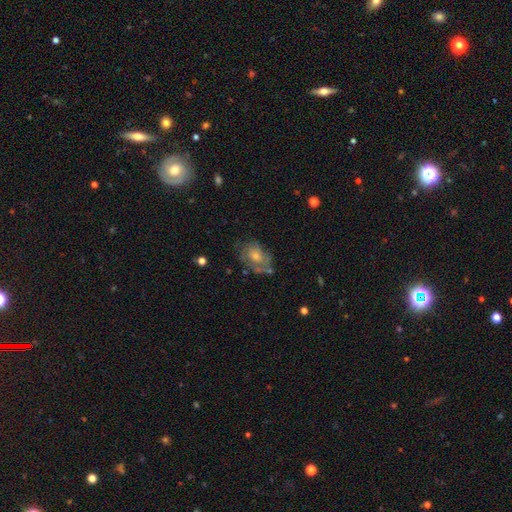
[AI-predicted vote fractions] The model was most divided on "bulge size": moderate: 52%, small: 32%, large: 9%, none: 6%, dominant: 2%. More confident: edge-on disk — no (95%); bar — no (79%); spiral arms — yes (65%); smooth or featured — featured or disk (57%); merging — none (56%).